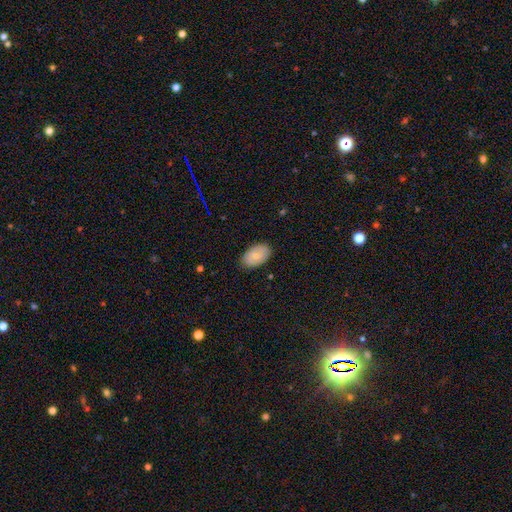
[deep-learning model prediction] smooth-or-featured: smooth: 75% | featured or disk: 19% | star or artifact: 7%
  how-rounded: in between: 93% | round: 6% | cigar-shaped: 1%
  merging: none: 79% | minor disturbance: 17% | major disturbance: 3% | merger: 1%